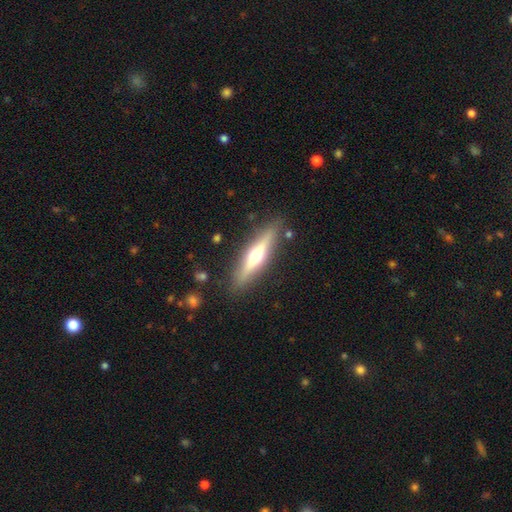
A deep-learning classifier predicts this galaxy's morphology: This appears to be a featured or disk galaxy (58%) viewed edge-on (93%) with a rounded central bulge (89%). Merging: none (86%).